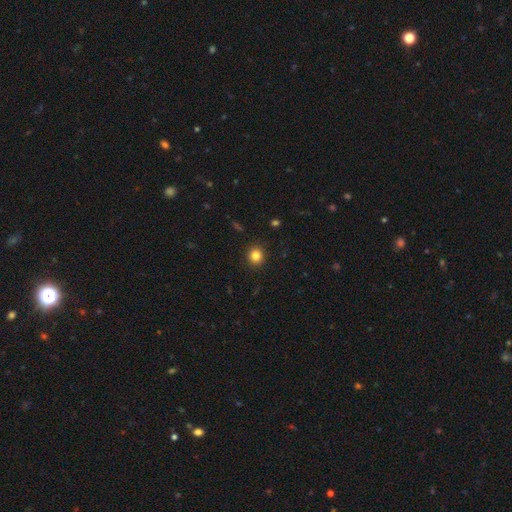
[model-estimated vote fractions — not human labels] Morphology: type=smooth (83%); roundness=round (87%); merging=none (91%).